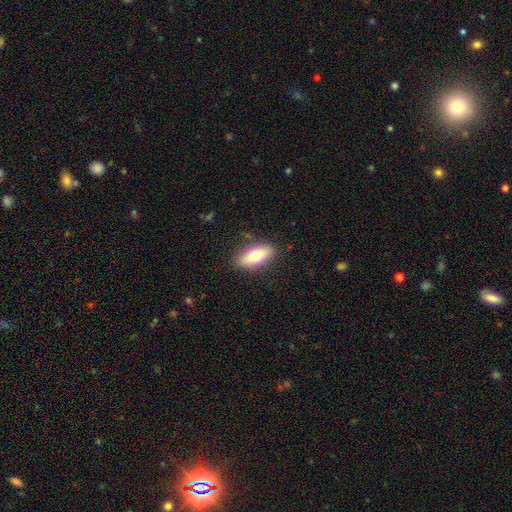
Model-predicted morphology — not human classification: Smooth or featured? Predicted: smooth (p=0.72). How rounded? Predicted: in between (p=0.79). Merging? Predicted: none (p=0.86).